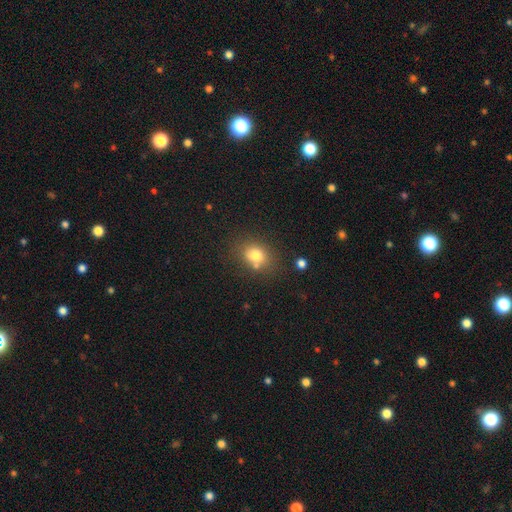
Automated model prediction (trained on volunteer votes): smooth-or-featured: smooth: 77% | star or artifact: 12% | featured or disk: 11%
  how-rounded: round: 51% | in between: 48% | cigar-shaped: 1%
  merging: none: 66% | merger: 15% | minor disturbance: 14% | major disturbance: 5%